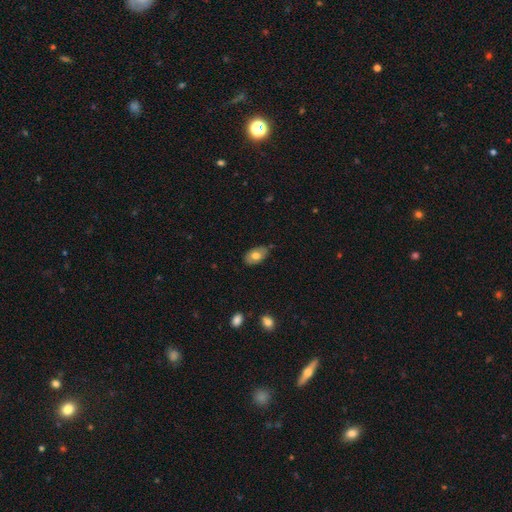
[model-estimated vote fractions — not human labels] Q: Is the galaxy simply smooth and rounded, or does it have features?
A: smooth — 71%.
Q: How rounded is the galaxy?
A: in between — 92%.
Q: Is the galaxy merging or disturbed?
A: none — 75%.